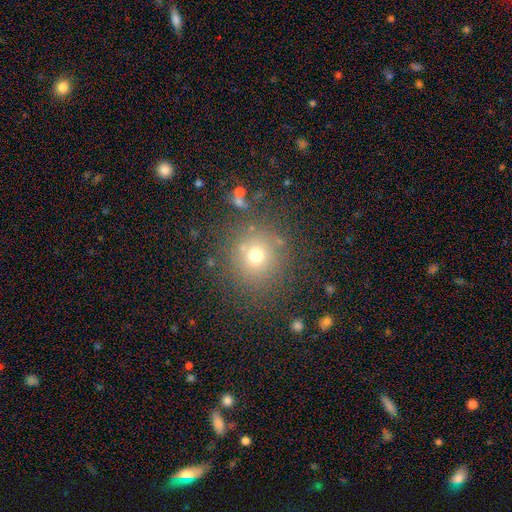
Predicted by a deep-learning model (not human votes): This is likely a smooth galaxy (68%). How rounded: clearly round (90%). Merging: clearly none (81%).